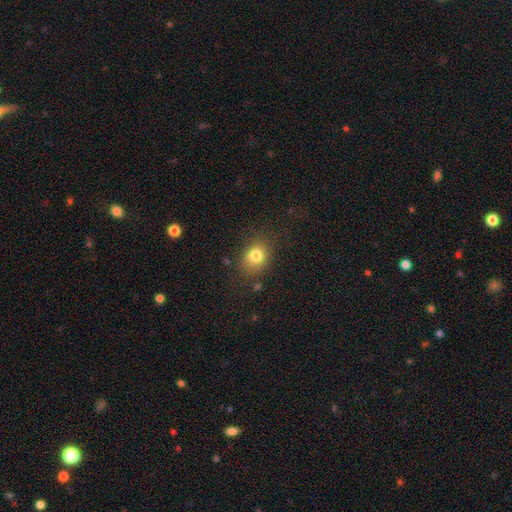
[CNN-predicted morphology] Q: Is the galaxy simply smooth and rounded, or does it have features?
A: smooth — 80%.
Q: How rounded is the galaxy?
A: round — 52%.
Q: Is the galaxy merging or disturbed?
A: none — 75%.